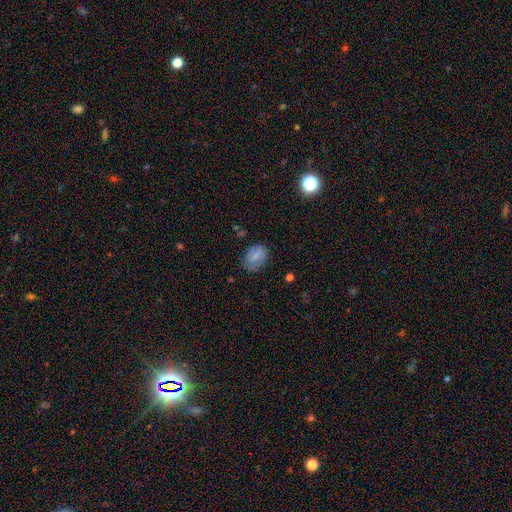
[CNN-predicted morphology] This is likely a smooth galaxy (69%). How rounded: likely in between (70%). Merging: likely none (67%).